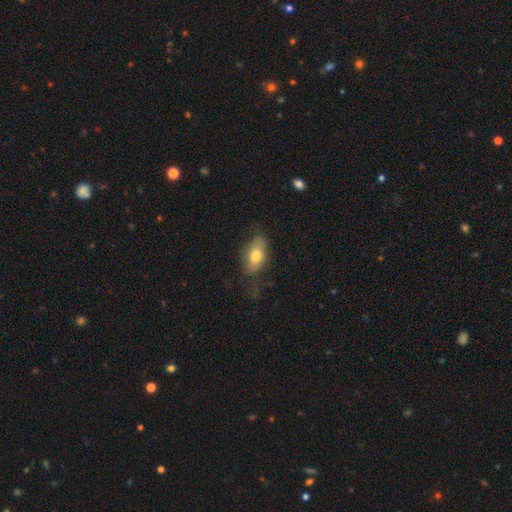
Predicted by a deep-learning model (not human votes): This appears to be a smooth galaxy with no disk features (74%) that is in between round and cigar-shaped (87%). Merging: none (61%).